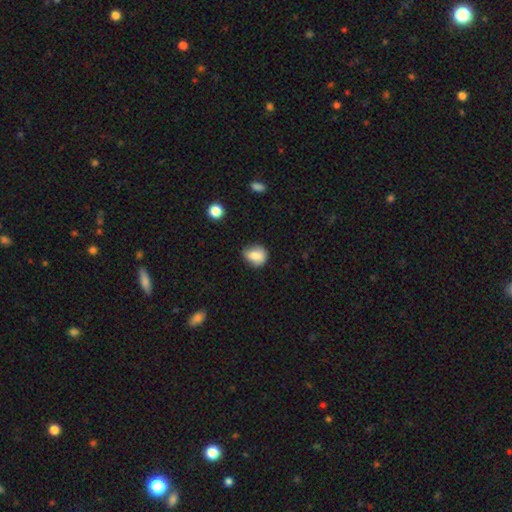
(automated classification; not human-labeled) Smooth or featured? Predicted: smooth (p=0.82). How rounded? Predicted: round (p=0.57). Merging? Predicted: none (p=0.62).